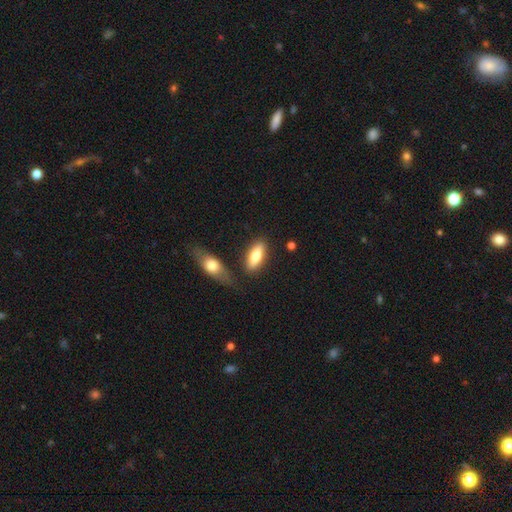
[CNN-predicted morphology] This is likely a smooth galaxy (75%). How rounded: likely in between (71%). Merging: likely none (74%).